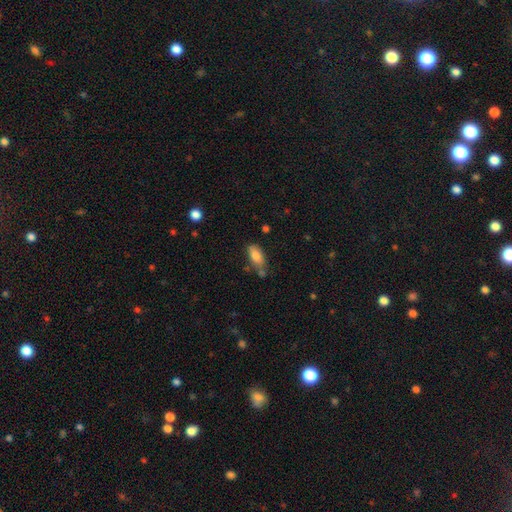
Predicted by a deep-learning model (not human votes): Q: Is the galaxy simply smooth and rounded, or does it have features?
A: smooth — 82%.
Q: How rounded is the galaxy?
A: in between — 86%.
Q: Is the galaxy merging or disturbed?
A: none — 61%.